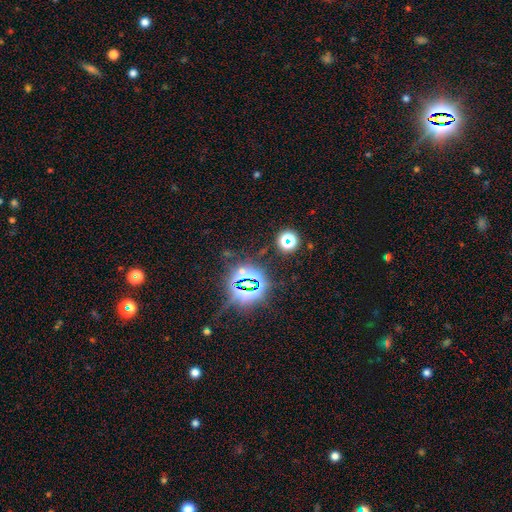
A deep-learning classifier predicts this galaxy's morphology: Smooth or featured? star or artifact (83%)